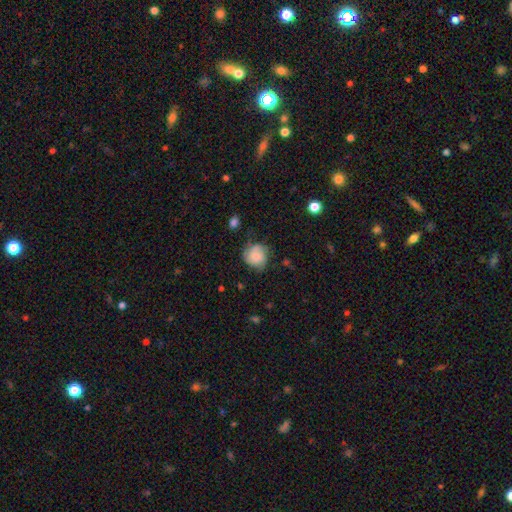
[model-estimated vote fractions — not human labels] Q: Smooth or featured?
A: smooth (60%); runner-up: featured or disk (32%)
Q: How rounded?
A: round (82%); runner-up: in between (17%)
Q: Merging?
A: none (62%); runner-up: minor disturbance (27%)